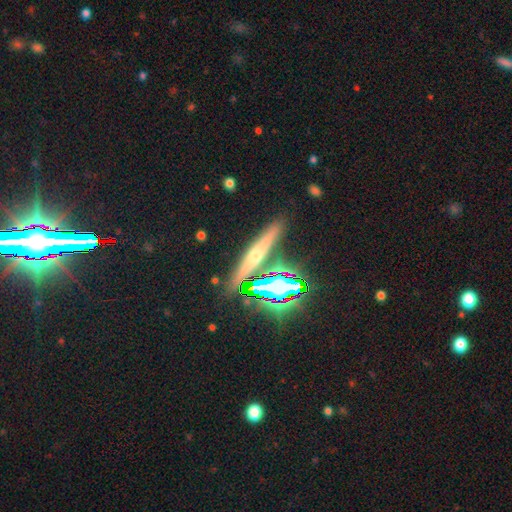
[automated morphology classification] A featured or disk galaxy (41%). Merging: none (84%).